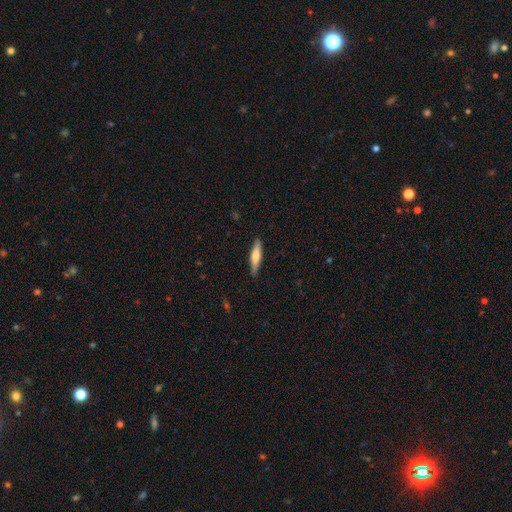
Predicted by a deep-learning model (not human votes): smooth 53%, featured or disk 41%, star or artifact 6%. Down the decision tree: how rounded — cigar-shaped (82%); merging — none (89%).